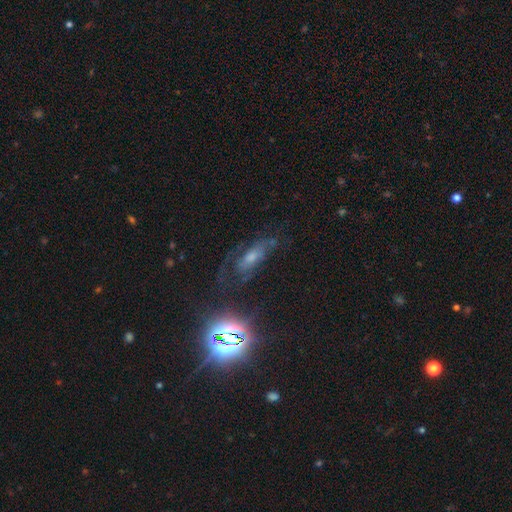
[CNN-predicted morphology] A featured or disk galaxy (46%). Merging: none (59%).